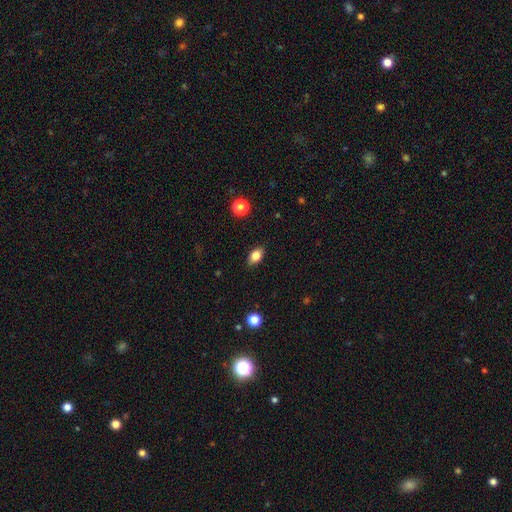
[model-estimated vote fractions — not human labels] Q: Smooth or featured?
A: smooth (81%); runner-up: featured or disk (10%)
Q: How rounded?
A: in between (85%); runner-up: round (12%)
Q: Merging?
A: none (87%); runner-up: minor disturbance (10%)